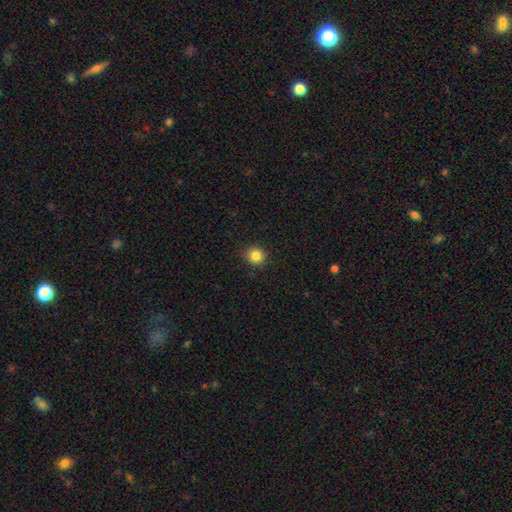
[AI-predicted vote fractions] Morphology: type=smooth (85%); roundness=round (91%); merging=none (89%).